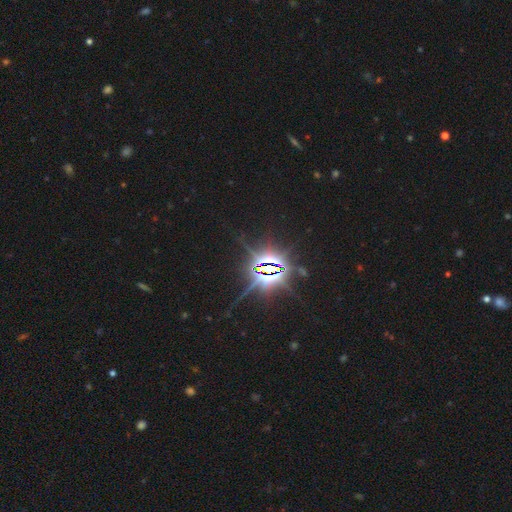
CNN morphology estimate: smooth_or_featured: star or artifact (p=0.87) [alt: featured or disk p=0.07]